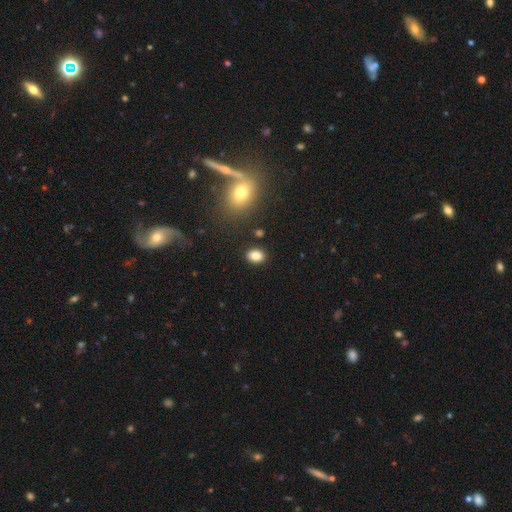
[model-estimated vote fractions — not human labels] Smooth or featured: smooth — 85% (star or artifact — 10%)
How rounded: in between — 74% (round — 25%)
Merging: none — 86% (minor disturbance — 9%)